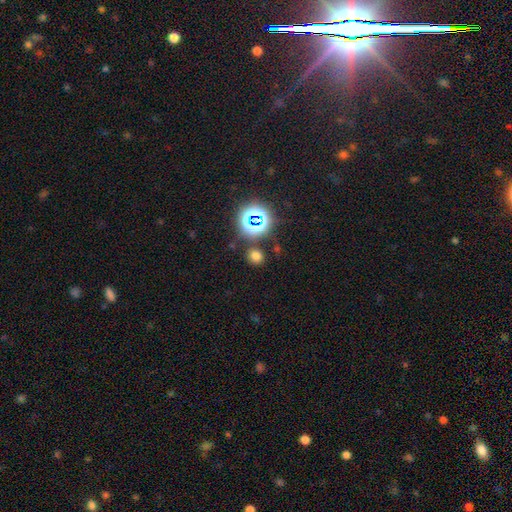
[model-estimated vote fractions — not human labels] This is likely a smooth galaxy (67%). How rounded: likely round (78%). Merging: clearly none (83%).